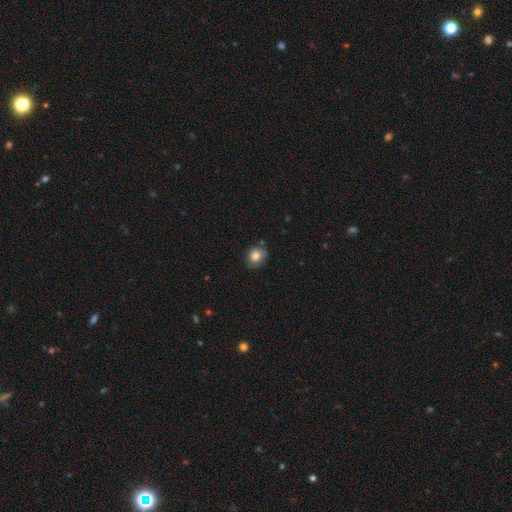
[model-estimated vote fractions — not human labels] Smooth or featured? smooth (80%)
How rounded? round (67%)
Merging? none (77%)